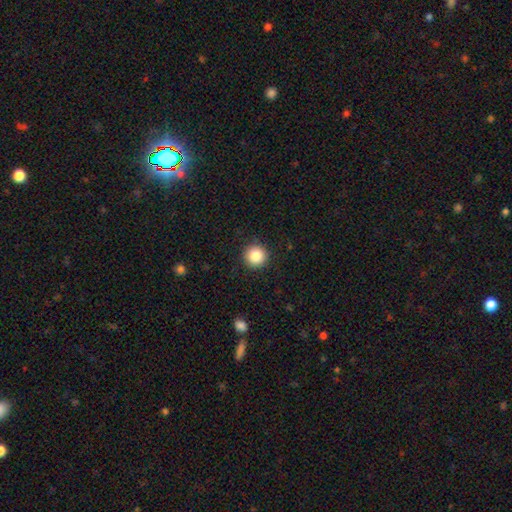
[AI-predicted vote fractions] Smooth or featured: smooth — 86% (star or artifact — 10%)
How rounded: round — 96% (in between — 3%)
Merging: none — 92% (minor disturbance — 5%)